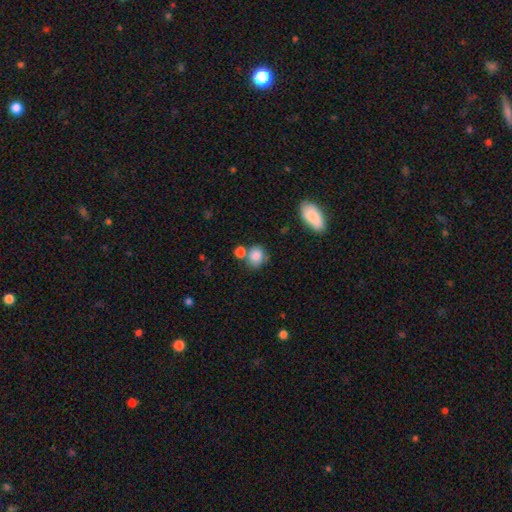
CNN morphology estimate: type=smooth (84%); roundness=round (63%); merging=none (56%).